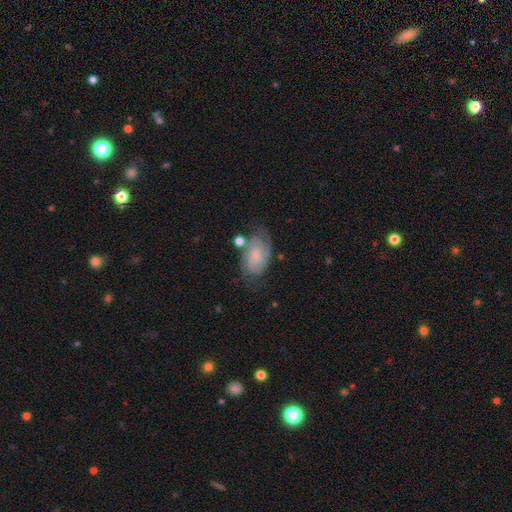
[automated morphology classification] featured or disk 73%, smooth 20%, star or artifact 7%. Down the decision tree: edge-on disk — no (97%); bar — no (67%); spiral arms — yes (93%); spiral arm count — 2 (65%); spiral winding — tight (57%); bulge size — small (64%); merging — none (61%).